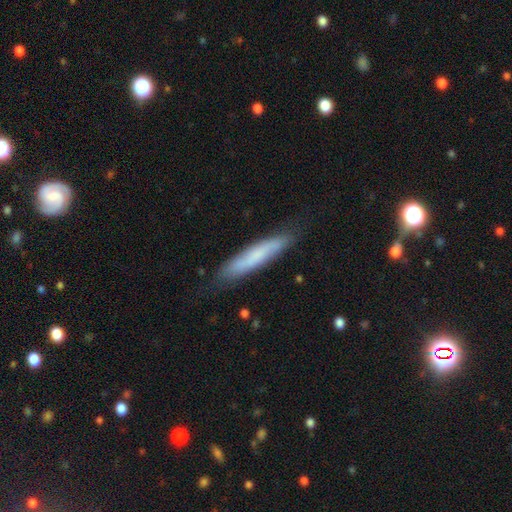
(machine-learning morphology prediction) smooth_or_featured: smooth (p=0.63) [alt: featured or disk p=0.31]
how_rounded: cigar-shaped (p=0.89) [alt: in between p=0.10]
merging: none (p=0.79) [alt: minor disturbance p=0.16]